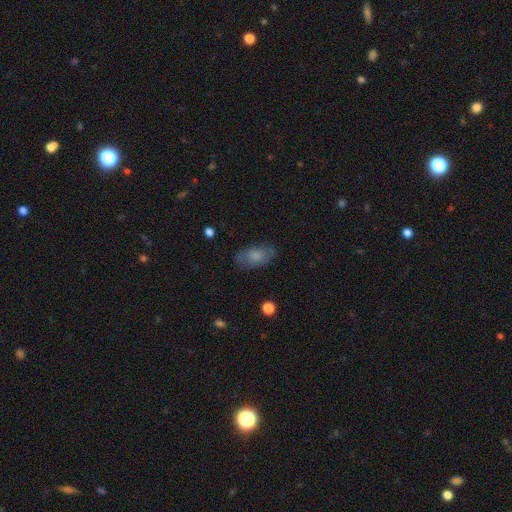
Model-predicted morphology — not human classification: A smooth galaxy with no disk features (74%) that is in between round and cigar-shaped (91%). Merging: none (70%).